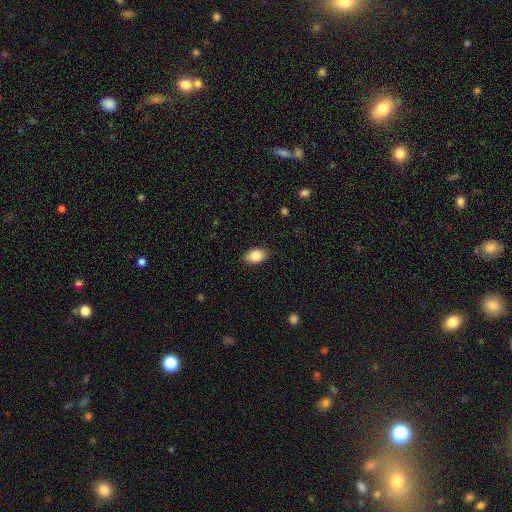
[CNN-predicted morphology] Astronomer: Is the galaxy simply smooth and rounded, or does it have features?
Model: smooth — 86%.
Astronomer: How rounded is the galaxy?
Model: in between — 87%.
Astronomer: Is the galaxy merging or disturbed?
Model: none — 86%.